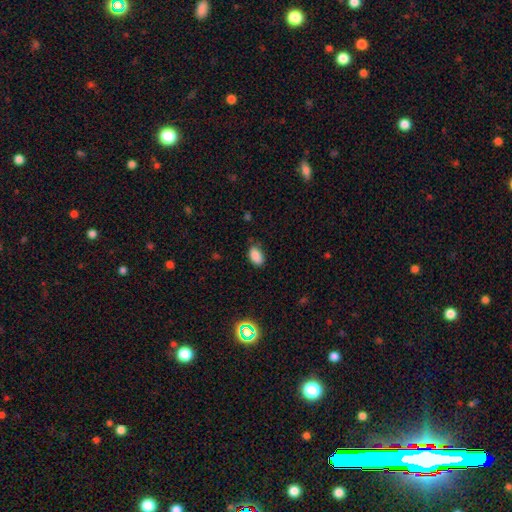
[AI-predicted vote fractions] Smooth or featured: smooth — 86% (star or artifact — 10%)
How rounded: in between — 92% (round — 6%)
Merging: none — 76% (minor disturbance — 19%)